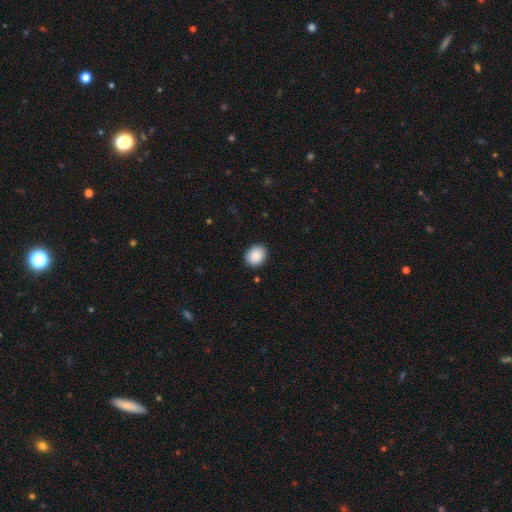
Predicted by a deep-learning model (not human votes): Smooth or featured?
  - smooth: 89% *
  - star or artifact: 7%
  - featured or disk: 3%
How rounded?
  - round: 52% *
  - in between: 47%
  - cigar-shaped: 1%
Merging?
  - none: 89% *
  - minor disturbance: 8%
  - major disturbance: 2%
  - merger: 1%